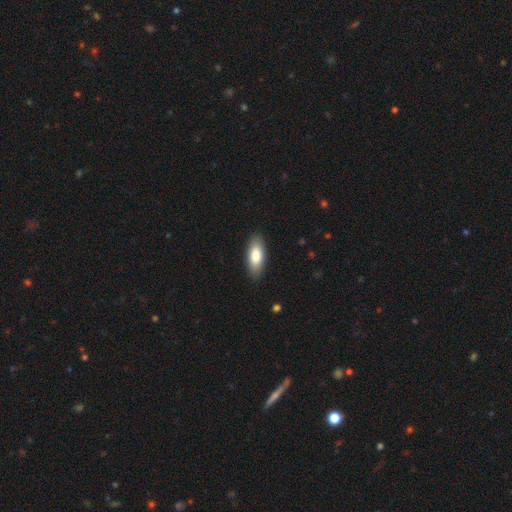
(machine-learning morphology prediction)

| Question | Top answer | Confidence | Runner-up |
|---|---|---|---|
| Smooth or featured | smooth | 81% | featured or disk (13%) |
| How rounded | in between | 79% | cigar-shaped (19%) |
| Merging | none | 88% | minor disturbance (9%) |